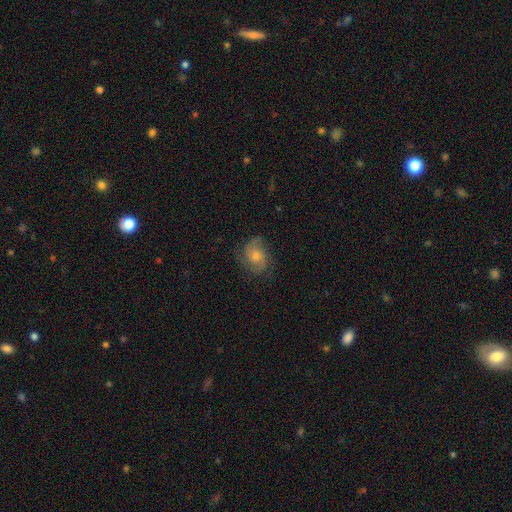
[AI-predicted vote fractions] smooth_or_featured: featured or disk (p=0.65) [alt: smooth p=0.25]
disk_edge_on: no (p=0.97) [alt: yes p=0.03]
bar: no (p=0.74) [alt: weak p=0.23]
has_spiral_arms: yes (p=0.93) [alt: no p=0.07]
spiral_winding: medium (p=0.45) [alt: tight p=0.35]
spiral_arm_count: 2 (p=0.49) [alt: 3 p=0.21]
bulge_size: moderate (p=0.56) [alt: small p=0.32]
merging: none (p=0.74) [alt: minor disturbance p=0.17]